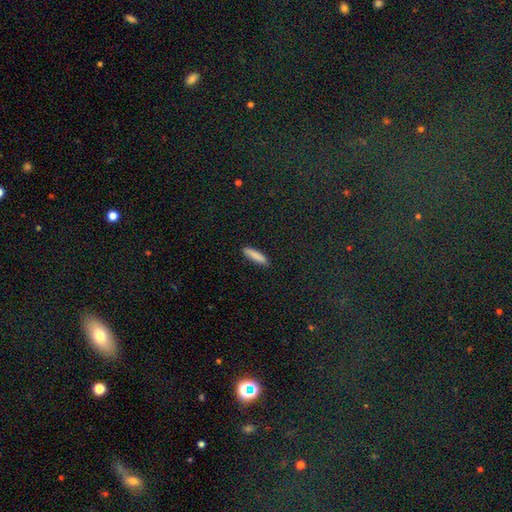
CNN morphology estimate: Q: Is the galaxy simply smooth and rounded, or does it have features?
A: smooth — 86%.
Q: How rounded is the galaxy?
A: cigar-shaped — 80%.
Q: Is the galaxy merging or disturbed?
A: none — 88%.